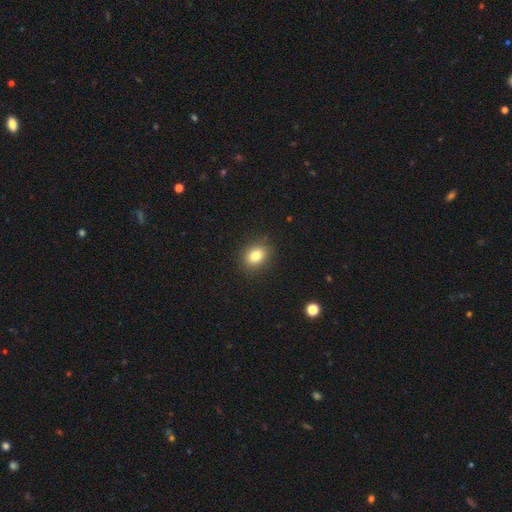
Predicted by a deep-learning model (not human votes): smooth-or-featured: smooth: 81% | star or artifact: 11% | featured or disk: 8%
  how-rounded: in between: 53% | round: 46% | cigar-shaped: 1%
  merging: none: 87% | minor disturbance: 9% | major disturbance: 2% | merger: 1%